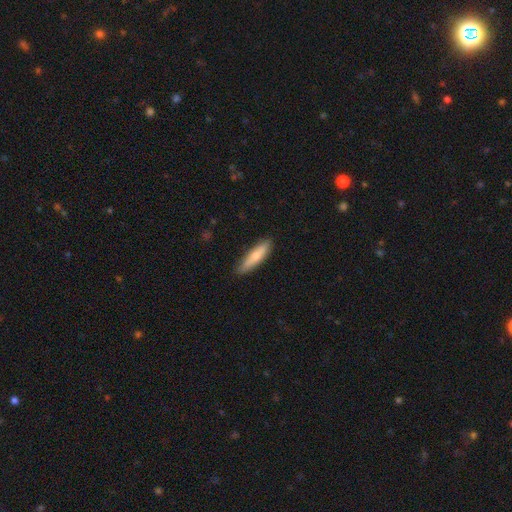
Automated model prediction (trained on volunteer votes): smooth 70%, featured or disk 25%, star or artifact 5%. Down the decision tree: how rounded — cigar-shaped (72%); merging — none (86%).